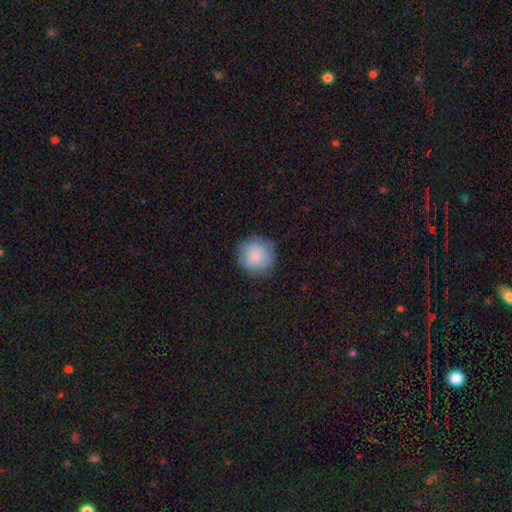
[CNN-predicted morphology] Q: Smooth or featured?
A: smooth (82%); runner-up: featured or disk (11%)
Q: How rounded?
A: round (92%); runner-up: in between (7%)
Q: Merging?
A: none (78%); runner-up: minor disturbance (16%)